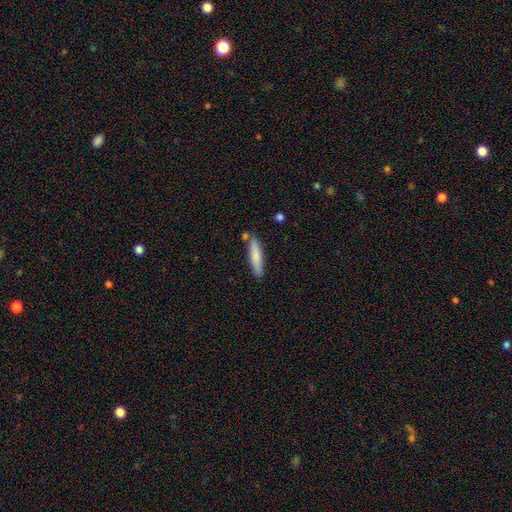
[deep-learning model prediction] This appears to be a smooth galaxy with no disk features (79%) that is cigar-shaped (83%). Merging: none (79%).